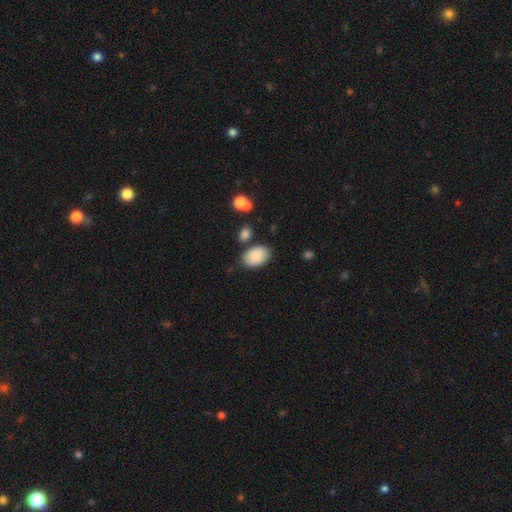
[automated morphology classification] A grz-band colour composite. It shows a smooth galaxy with no disk features (85%) that is in between round and cigar-shaped (89%). Merging: none (75%).